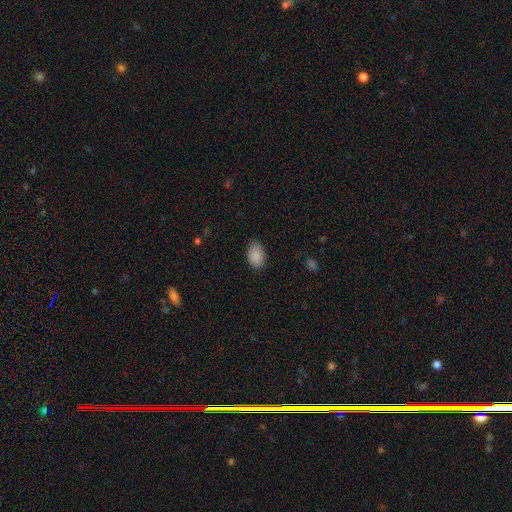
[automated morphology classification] smooth-or-featured: smooth: 89% | star or artifact: 7% | featured or disk: 3%
  how-rounded: in between: 90% | round: 9% | cigar-shaped: 1%
  merging: none: 81% | minor disturbance: 15% | major disturbance: 3% | merger: 1%